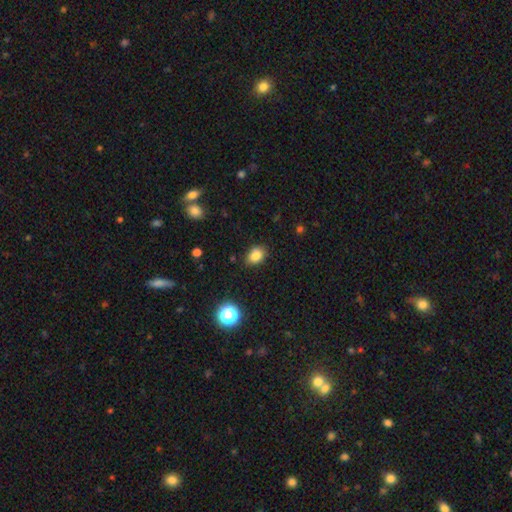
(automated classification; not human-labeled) Smooth or featured?
  - smooth: 82% *
  - star or artifact: 12%
  - featured or disk: 6%
How rounded?
  - in between: 70% *
  - round: 29%
  - cigar-shaped: 1%
Merging?
  - none: 84% *
  - minor disturbance: 12%
  - major disturbance: 3%
  - merger: 2%